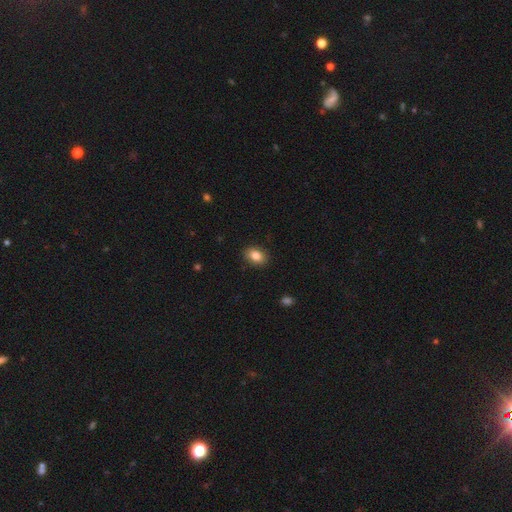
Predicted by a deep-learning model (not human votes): A smooth galaxy with no disk features (85%) that is in between round and cigar-shaped (76%).

Vote fractions:
- Smooth or featured? smooth: 85% / star or artifact: 8% / featured or disk: 7%
- How rounded? in between: 76% / round: 23% / cigar-shaped: 1%
- Merging? none: 89% / minor disturbance: 8% / major disturbance: 2% / merger: 1%